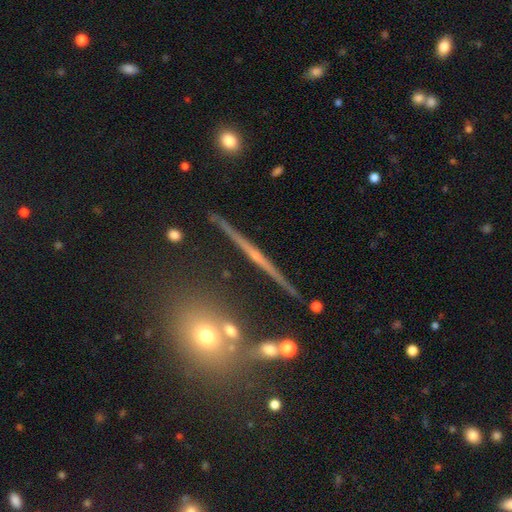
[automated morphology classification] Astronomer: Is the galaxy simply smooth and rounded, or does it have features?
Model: featured or disk — 76%.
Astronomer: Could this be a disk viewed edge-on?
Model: yes — 97%.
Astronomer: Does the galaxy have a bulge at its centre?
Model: rounded — 47% (runner-up: none, 43%).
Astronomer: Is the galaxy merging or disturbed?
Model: none — 89%.